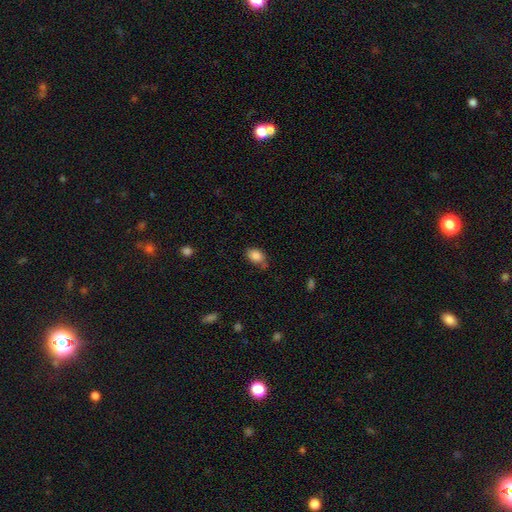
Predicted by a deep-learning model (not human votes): Smooth or featured? smooth (86%)
How rounded? in between (80%)
Merging? none (60%)